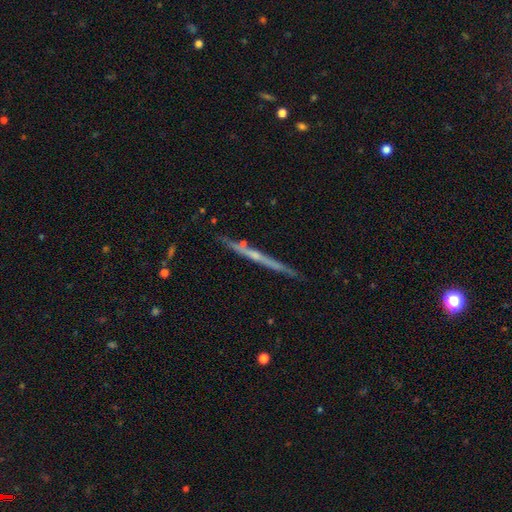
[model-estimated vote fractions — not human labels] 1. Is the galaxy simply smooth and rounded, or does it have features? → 70% featured or disk, 23% smooth, 7% star or artifact.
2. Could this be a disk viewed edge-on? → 97% yes, 3% no.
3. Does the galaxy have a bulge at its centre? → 63% none, 33% rounded, 5% boxy.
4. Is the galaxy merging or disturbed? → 86% none, 10% minor disturbance, 2% merger, 2% major disturbance.